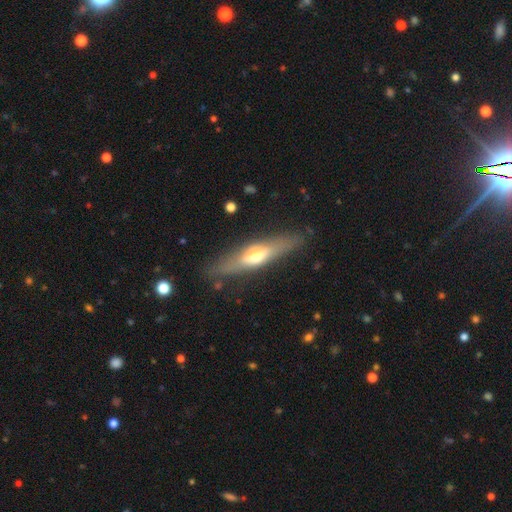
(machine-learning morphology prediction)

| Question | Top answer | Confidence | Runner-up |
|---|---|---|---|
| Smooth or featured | featured or disk | 52% | smooth (42%) |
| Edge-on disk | yes | 85% | no (15%) |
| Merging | none | 84% | minor disturbance (11%) |